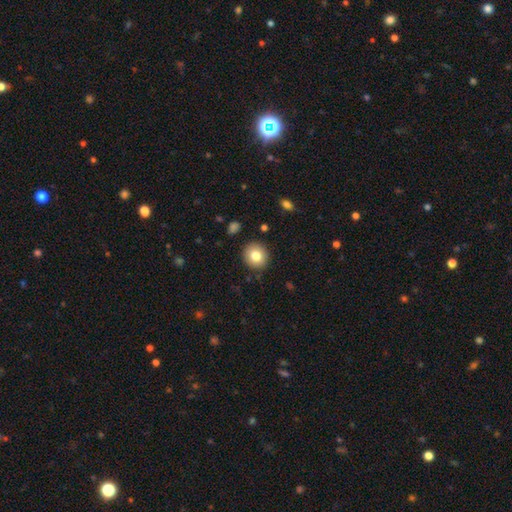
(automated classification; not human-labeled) Smooth or featured: smooth — 79% (featured or disk — 11%)
How rounded: round — 90% (in between — 9%)
Merging: none — 90% (minor disturbance — 7%)